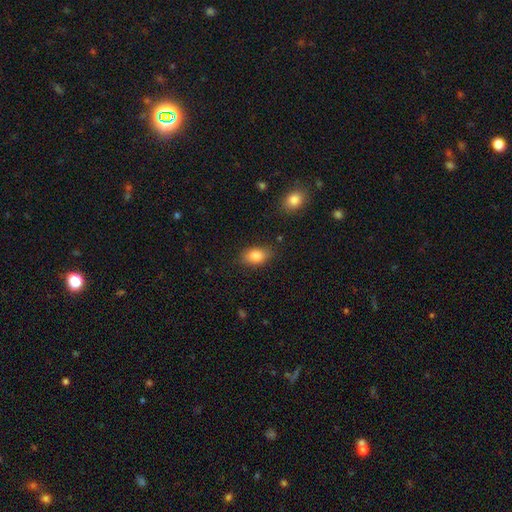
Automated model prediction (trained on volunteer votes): This appears to be a smooth galaxy with no disk features (84%) that is in between round and cigar-shaped (86%). Merging: none (82%).